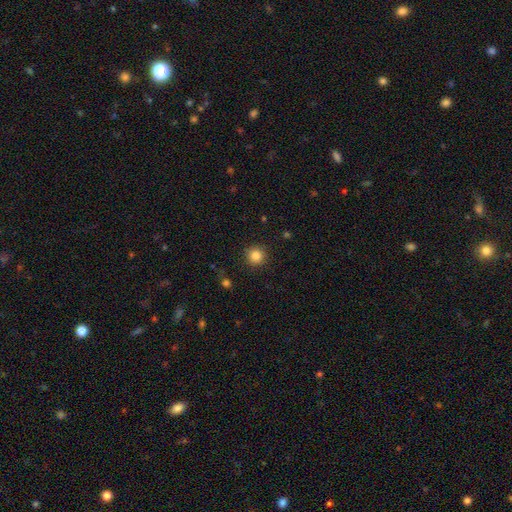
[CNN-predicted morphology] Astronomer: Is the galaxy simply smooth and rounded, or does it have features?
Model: smooth — 84%.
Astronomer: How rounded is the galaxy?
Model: round — 95%.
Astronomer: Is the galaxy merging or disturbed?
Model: none — 91%.